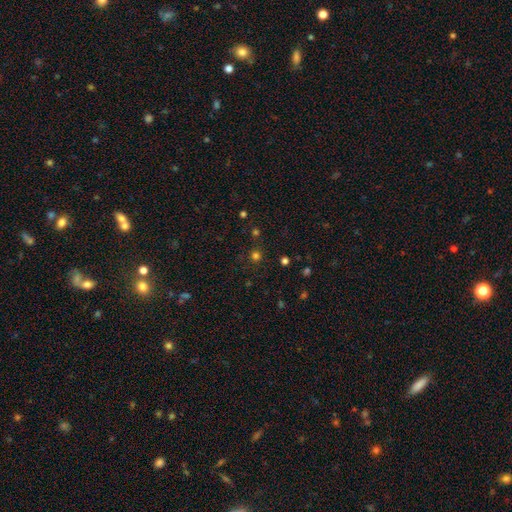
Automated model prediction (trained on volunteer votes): Smooth or featured?
  - smooth: 69% *
  - star or artifact: 27%
  - featured or disk: 5%
How rounded?
  - round: 93% *
  - in between: 6%
  - cigar-shaped: 1%
Merging?
  - none: 87% *
  - minor disturbance: 7%
  - merger: 3%
  - major disturbance: 3%